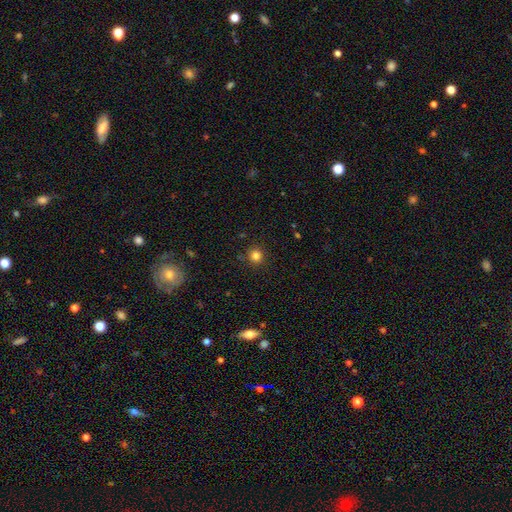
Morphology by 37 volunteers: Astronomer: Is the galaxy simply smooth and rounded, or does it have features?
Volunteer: smooth — 95%.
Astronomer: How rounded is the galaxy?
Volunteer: round — 94%.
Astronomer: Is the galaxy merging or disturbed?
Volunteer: none — 89%.